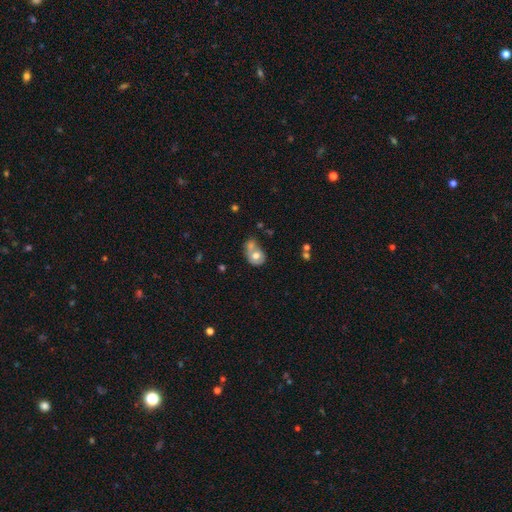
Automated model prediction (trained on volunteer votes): smooth 61%, featured or disk 31%, star or artifact 8%. Down the decision tree: how rounded — in between (51%); merging — merger (55%).